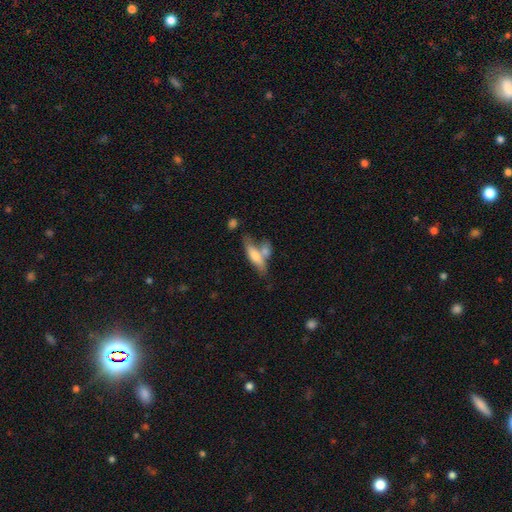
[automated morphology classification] Smooth or featured? Predicted: smooth (p=0.61). How rounded? Predicted: cigar-shaped (p=0.50). Merging? Predicted: merger (p=0.40).